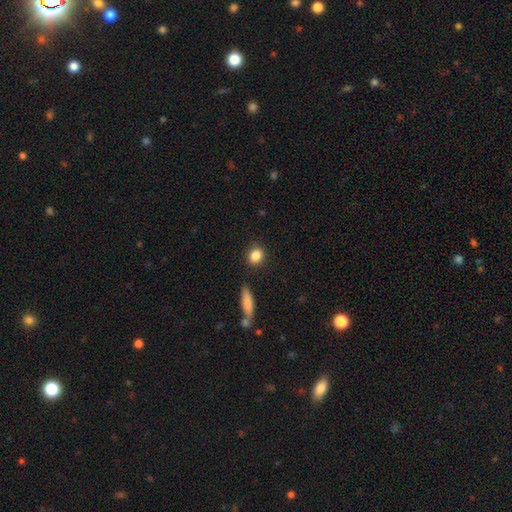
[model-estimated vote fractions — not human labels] Smooth or featured?
  - smooth: 85% *
  - star or artifact: 9%
  - featured or disk: 6%
How rounded?
  - round: 66% *
  - in between: 31%
  - cigar-shaped: 3%
Merging?
  - none: 84% *
  - minor disturbance: 10%
  - merger: 4%
  - major disturbance: 3%